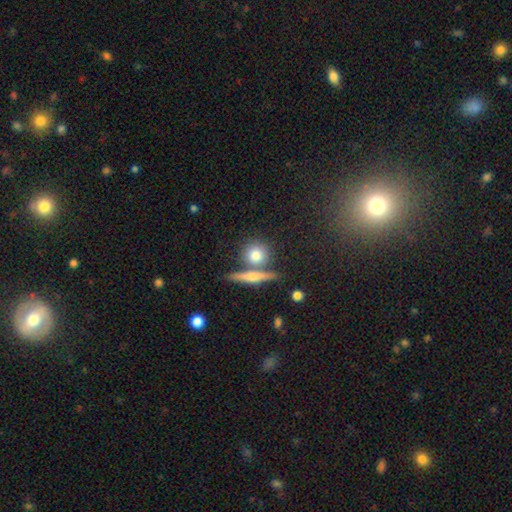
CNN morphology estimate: smooth-or-featured: smooth: 73% | featured or disk: 19% | star or artifact: 9%
  how-rounded: round: 79% | in between: 13% | cigar-shaped: 8%
  merging: none: 66% | merger: 22% | minor disturbance: 9% | major disturbance: 3%